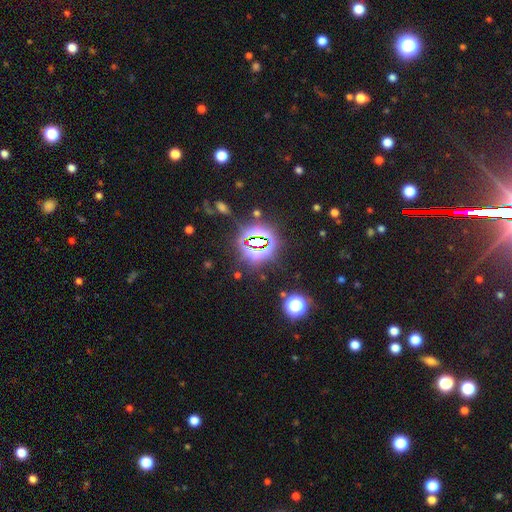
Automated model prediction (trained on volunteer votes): smooth-or-featured: star or artifact: 80% | smooth: 12% | featured or disk: 8%